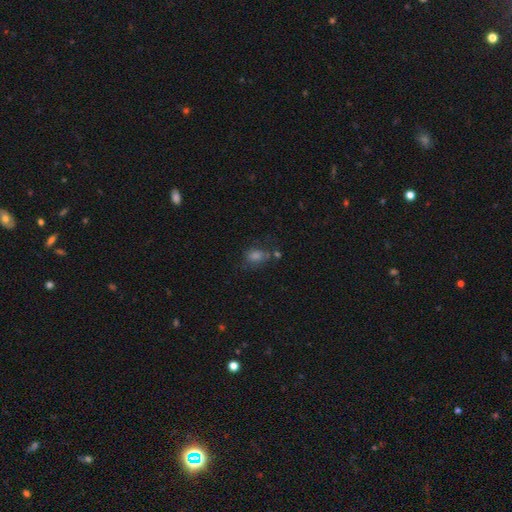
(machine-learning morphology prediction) smooth_or_featured: smooth (p=0.59) [alt: star or artifact p=0.27]
how_rounded: in between (p=0.64) [alt: round p=0.34]
merging: none (p=0.59) [alt: minor disturbance p=0.20]